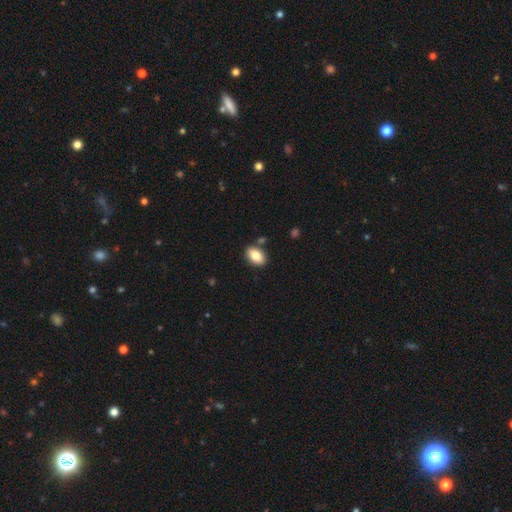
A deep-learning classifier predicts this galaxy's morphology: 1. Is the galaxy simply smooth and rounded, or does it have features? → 84% smooth, 9% featured or disk, 7% star or artifact.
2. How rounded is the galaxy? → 91% in between, 7% round, 2% cigar-shaped.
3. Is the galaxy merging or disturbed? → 83% none, 10% minor disturbance, 5% merger, 2% major disturbance.